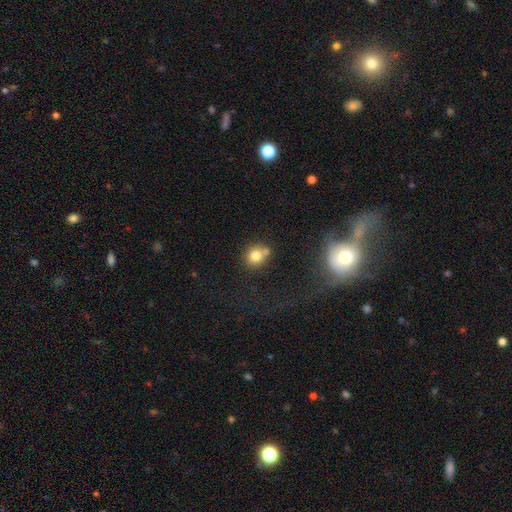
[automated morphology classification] A smooth galaxy with no disk features (77%) that is round (79%).

Vote fractions:
- Smooth or featured? smooth: 77% / star or artifact: 12% / featured or disk: 11%
- How rounded? round: 79% / in between: 20% / cigar-shaped: 1%
- Merging? none: 56% / merger: 26% / minor disturbance: 13% / major disturbance: 5%